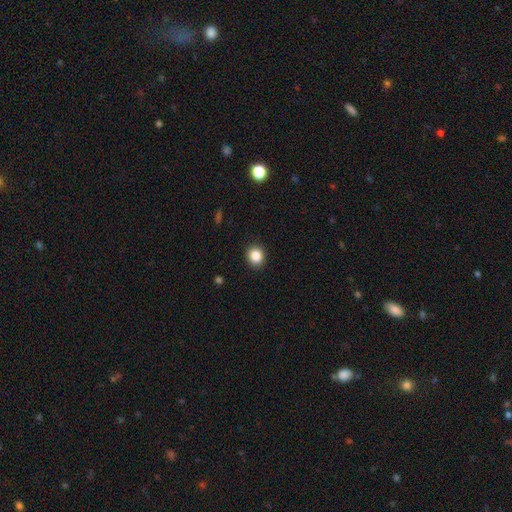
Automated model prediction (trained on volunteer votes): Overall: smooth (86%). How rounded: round (76%). Merging: none (91%).